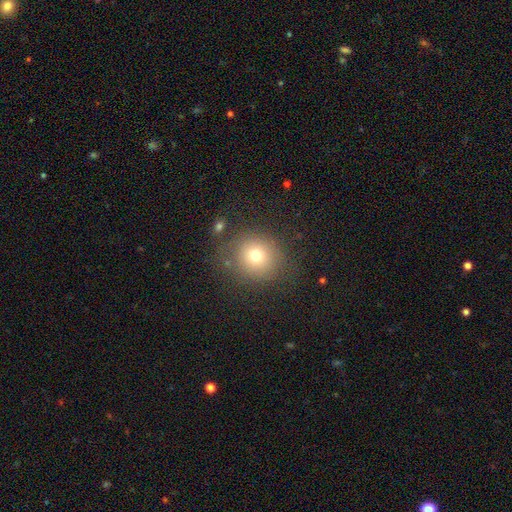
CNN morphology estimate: Q: Smooth or featured?
A: smooth (73%); runner-up: star or artifact (15%)
Q: How rounded?
A: round (86%); runner-up: in between (13%)
Q: Merging?
A: none (79%); runner-up: minor disturbance (12%)